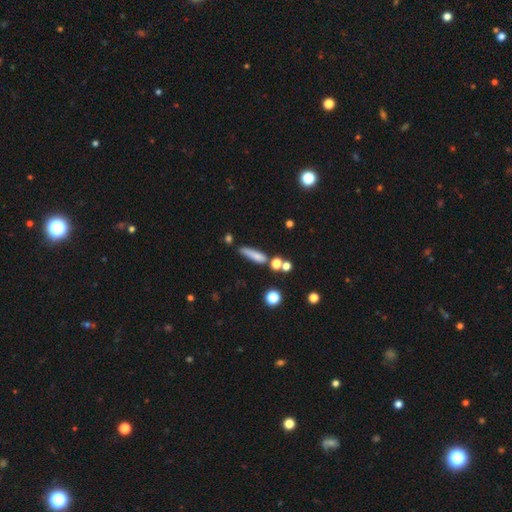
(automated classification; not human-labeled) Smooth or featured? Predicted: smooth (p=0.73). How rounded? Predicted: cigar-shaped (p=0.77). Merging? Predicted: none (p=0.57).